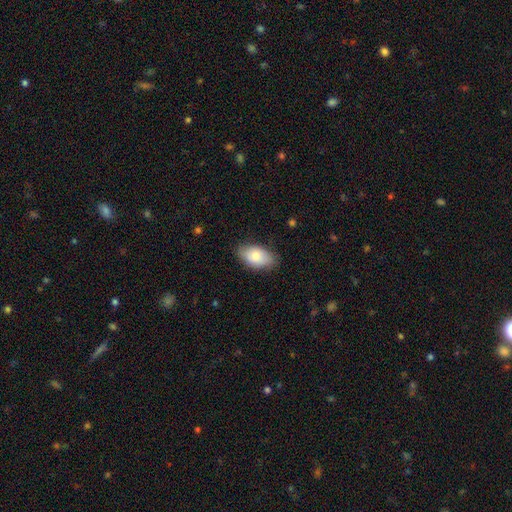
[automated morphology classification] The model was most divided on "smooth or featured": smooth: 77%, featured or disk: 16%, star or artifact: 7%. More confident: how rounded — in between (93%); merging — none (81%).